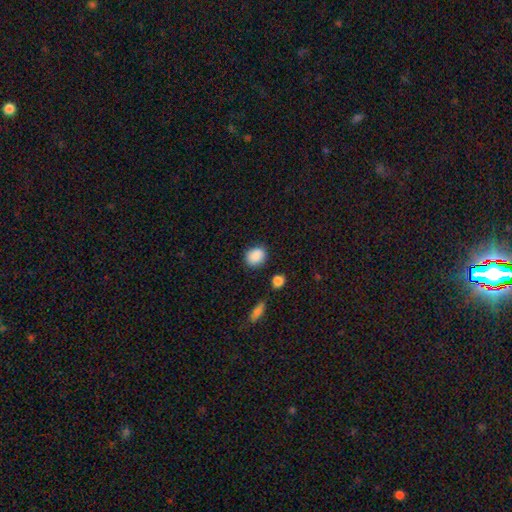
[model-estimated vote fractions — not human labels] The model was most divided on "how rounded": round: 51%, in between: 48%, cigar-shaped: 1%. More confident: smooth or featured — smooth (89%); merging — none (81%).